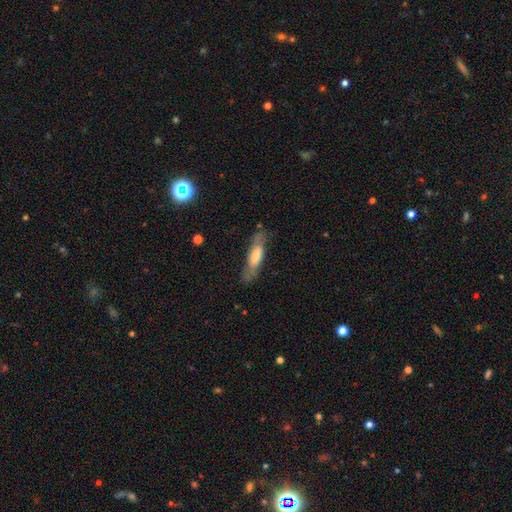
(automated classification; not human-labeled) Smooth or featured? Predicted: smooth (p=0.53). How rounded? Predicted: cigar-shaped (p=0.67). Merging? Predicted: none (p=0.73).